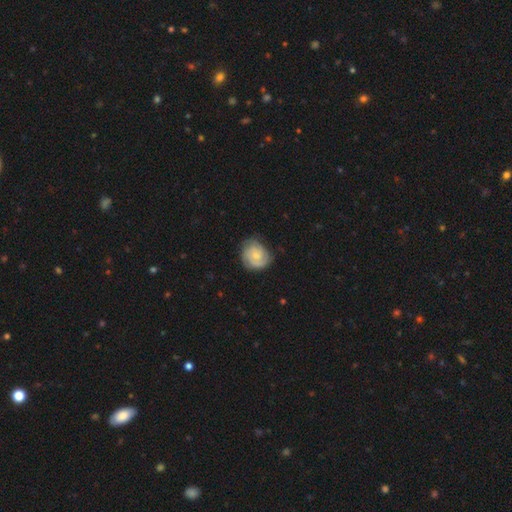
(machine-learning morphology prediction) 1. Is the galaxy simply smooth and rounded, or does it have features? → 61% featured or disk, 32% smooth, 6% star or artifact.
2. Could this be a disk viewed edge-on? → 98% no, 2% yes.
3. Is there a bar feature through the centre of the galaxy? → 75% no, 22% weak, 3% strong.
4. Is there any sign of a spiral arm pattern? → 92% yes, 8% no.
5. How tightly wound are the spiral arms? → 63% tight, 29% medium, 8% loose.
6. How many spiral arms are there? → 33% 2, 28% can't tell, 25% 3, 5% 1, 5% 4, 4% more than 4.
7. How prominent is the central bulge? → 66% small, 26% moderate, 5% none, 2% large, 1% dominant.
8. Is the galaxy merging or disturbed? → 73% none, 20% minor disturbance, 5% major disturbance, 1% merger.